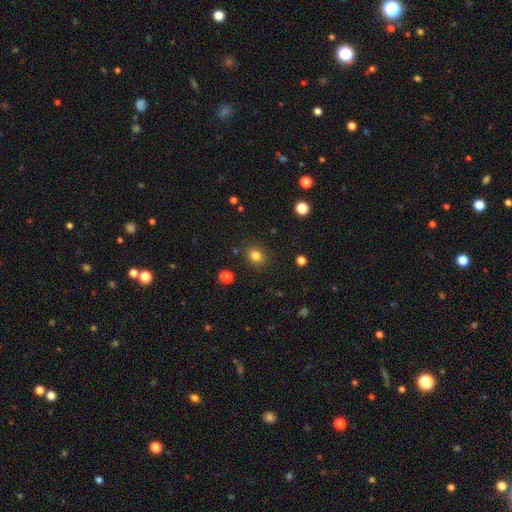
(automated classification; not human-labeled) A smooth galaxy with no disk features (82%) that is round (56%).

Vote fractions:
- Smooth or featured? smooth: 82% / star or artifact: 12% / featured or disk: 6%
- How rounded? round: 56% / in between: 43% / cigar-shaped: 1%
- Merging? none: 87% / minor disturbance: 8% / major disturbance: 3% / merger: 2%